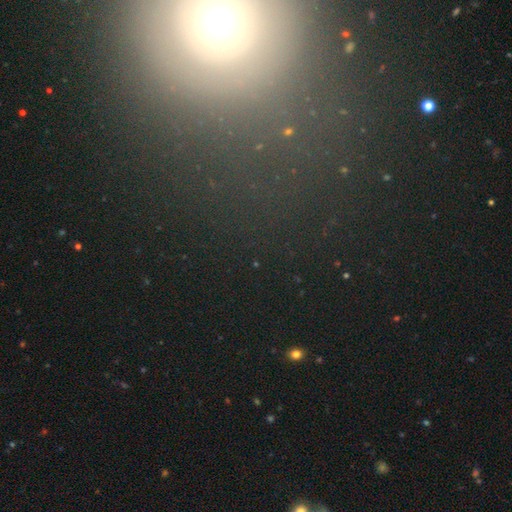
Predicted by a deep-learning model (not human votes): Smooth or featured: star or artifact — 49% (smooth — 28%)